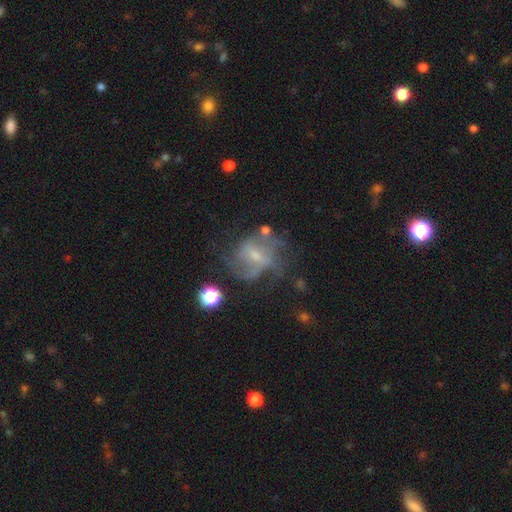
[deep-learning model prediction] Smooth or featured: featured or disk — 71% (smooth — 16%)
Edge-on disk: no — 97% (yes — 3%)
Bar: weak — 50% (no — 39%)
Spiral arms: yes — 76% (no — 24%)
Spiral winding: medium — 44% (loose — 34%)
Spiral arm count: can't tell — 39% (2 — 25%)
Bulge size: small — 57% (moderate — 31%)
Merging: none — 47% (major disturbance — 27%)